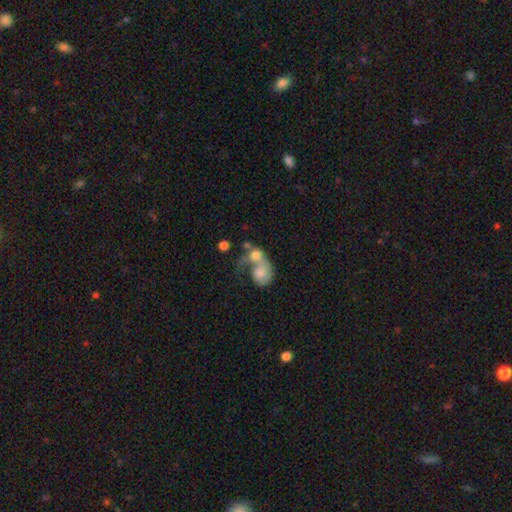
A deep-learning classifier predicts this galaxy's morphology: A featured or disk galaxy (51%).

Vote fractions:
- Smooth or featured? featured or disk: 51% / smooth: 40% / star or artifact: 9%
- Edge-on disk? no: 96% / yes: 4%
- Merging? merger: 63% / major disturbance: 17% / none: 13% / minor disturbance: 6%